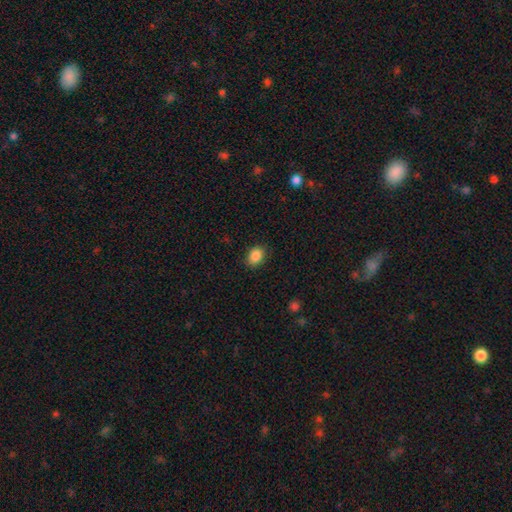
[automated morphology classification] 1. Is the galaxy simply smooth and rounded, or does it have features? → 87% smooth, 9% star or artifact, 4% featured or disk.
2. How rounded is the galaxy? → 69% in between, 30% round, 1% cigar-shaped.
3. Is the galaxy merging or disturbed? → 87% none, 10% minor disturbance, 3% major disturbance, 1% merger.